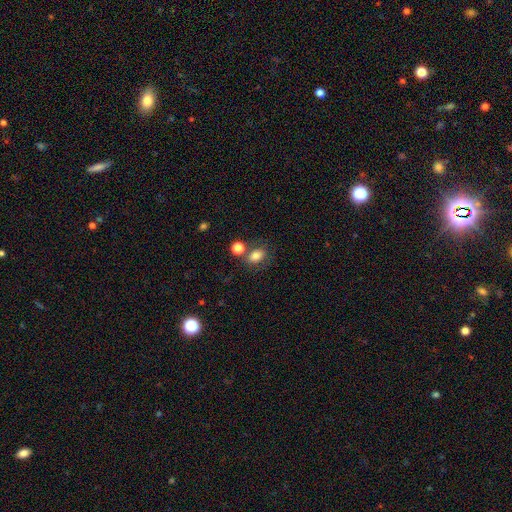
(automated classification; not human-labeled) This is likely a smooth galaxy (79%). How rounded: likely in between (69%). Merging: likely none (60%).